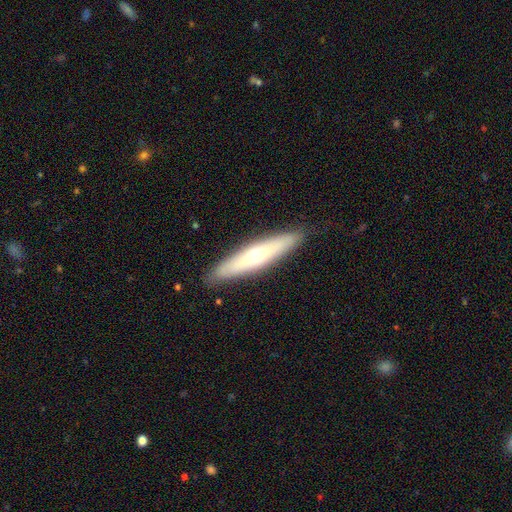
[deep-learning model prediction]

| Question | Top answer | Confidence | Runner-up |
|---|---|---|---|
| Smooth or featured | smooth | 51% | featured or disk (44%) |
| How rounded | cigar-shaped | 82% | in between (16%) |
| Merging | none | 88% | minor disturbance (9%) |